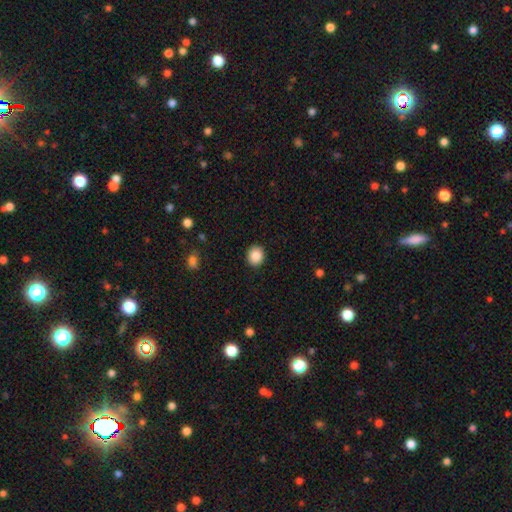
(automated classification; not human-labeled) Smooth or featured?
  - smooth: 88% *
  - star or artifact: 8%
  - featured or disk: 3%
How rounded?
  - round: 77% *
  - in between: 22%
  - cigar-shaped: 1%
Merging?
  - none: 91% *
  - minor disturbance: 6%
  - major disturbance: 2%
  - merger: 1%